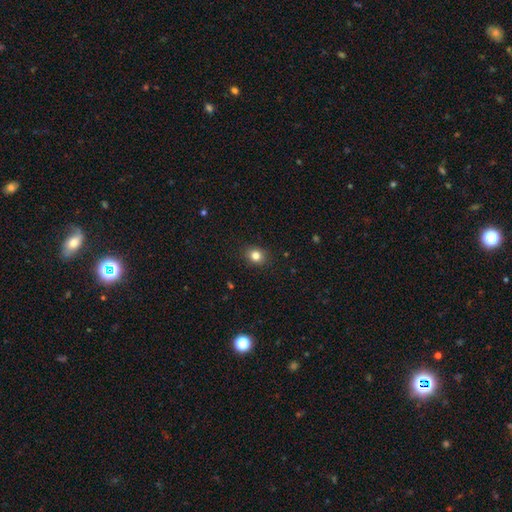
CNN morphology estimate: This is clearly a smooth galaxy (82%). How rounded: likely round (67%). Merging: clearly none (89%).